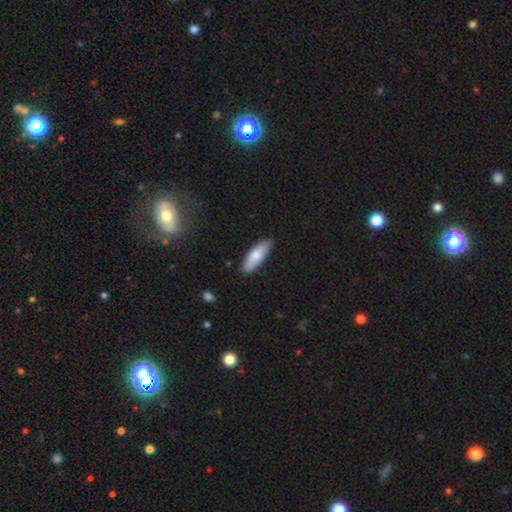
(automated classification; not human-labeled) Overall: smooth (77%). How rounded: in between (61%; cigar-shaped 38%). Merging: none (83%).